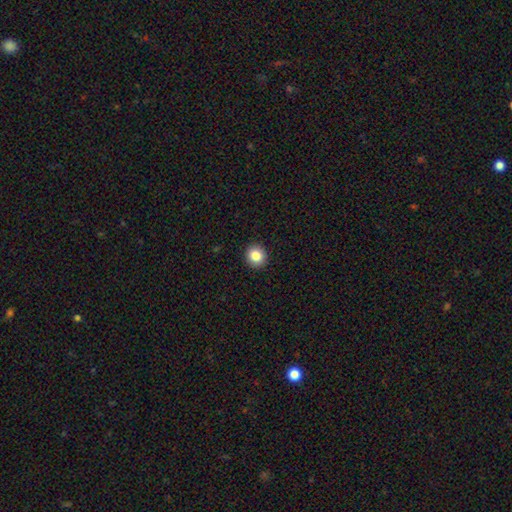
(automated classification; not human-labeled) Overall: smooth (84%). How rounded: round (87%). Merging: none (93%).